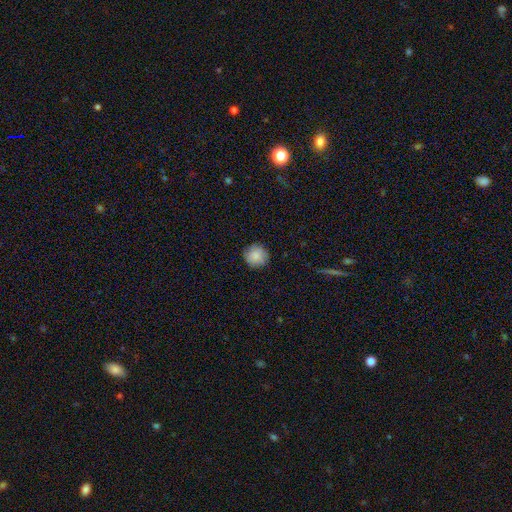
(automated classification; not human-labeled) This appears to be a smooth galaxy with no disk features (86%) that is round (94%). Merging: none (87%).